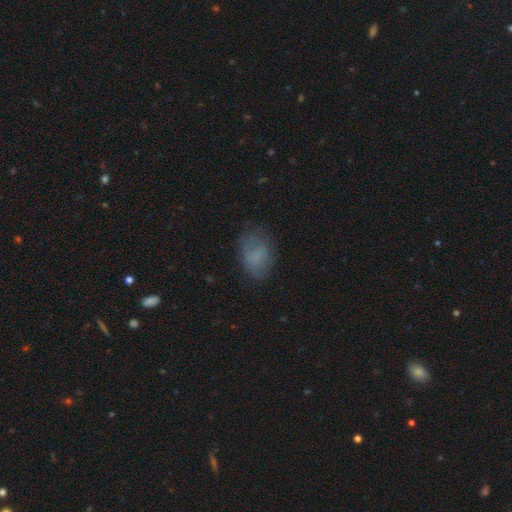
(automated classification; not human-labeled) Overall: smooth (68%). How rounded: in between (82%). Merging: none (60%; minor disturbance 25%).